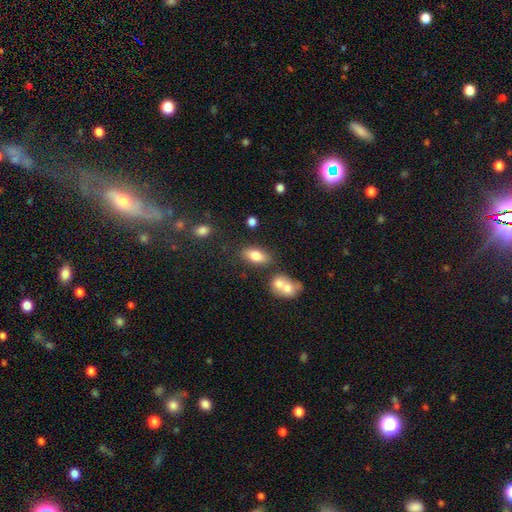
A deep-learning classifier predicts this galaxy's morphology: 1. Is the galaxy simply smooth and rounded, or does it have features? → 78% smooth, 14% featured or disk, 8% star or artifact.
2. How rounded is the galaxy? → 88% in between, 7% cigar-shaped, 5% round.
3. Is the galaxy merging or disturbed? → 73% none, 12% minor disturbance, 12% merger, 4% major disturbance.